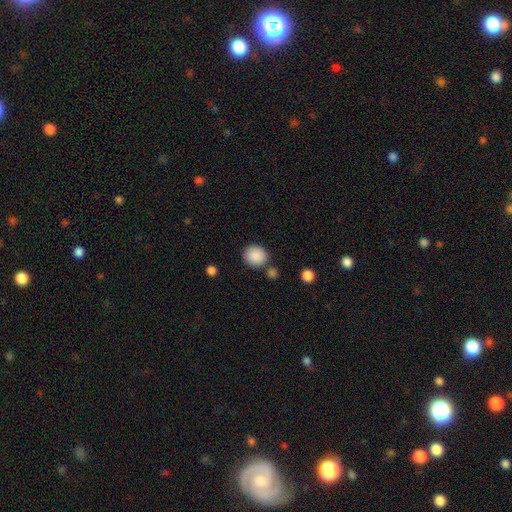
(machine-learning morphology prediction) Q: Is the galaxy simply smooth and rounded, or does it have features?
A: smooth — 89%.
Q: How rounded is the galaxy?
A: round — 82%.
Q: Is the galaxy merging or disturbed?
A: none — 78%.